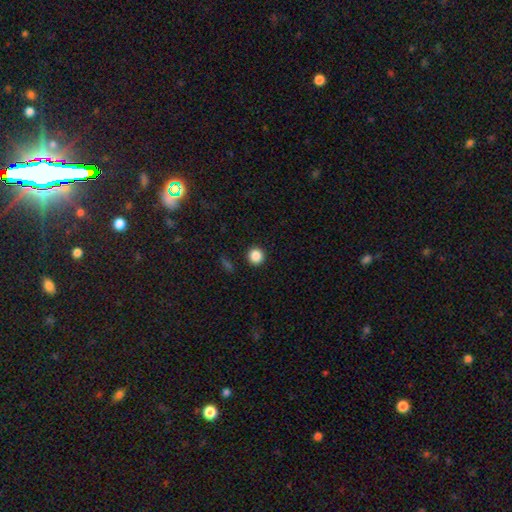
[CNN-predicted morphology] type=smooth (86%); roundness=round (95%); merging=none (92%).